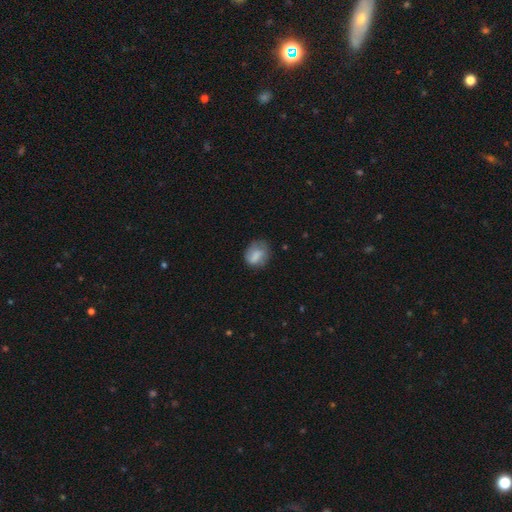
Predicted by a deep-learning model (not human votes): A smooth galaxy with no disk features (74%) that is round (51%). Merging: none (58%).